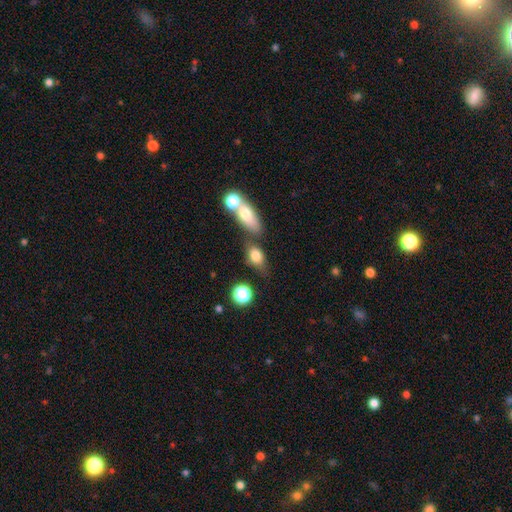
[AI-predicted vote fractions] This is likely a smooth galaxy (76%). How rounded: likely in between (75%). Merging: possibly none (52%).